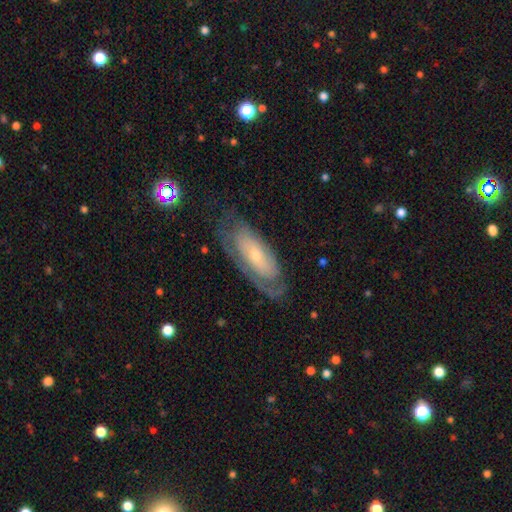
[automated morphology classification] A featured or disk galaxy (69%) with no bar (75%), spiral arms (77%) and a small central bulge (71%).

Vote fractions:
- Smooth or featured? featured or disk: 69% / smooth: 24% / star or artifact: 7%
- Edge-on disk? no: 87% / yes: 13%
- Bar? no: 75% / weak: 19% / strong: 6%
- Spiral arms? yes: 77% / no: 23%
- Bulge size? small: 71% / moderate: 24% / large: 2% / none: 2% / dominant: 1%
- Merging? none: 65% / minor disturbance: 20% / major disturbance: 13% / merger: 2%